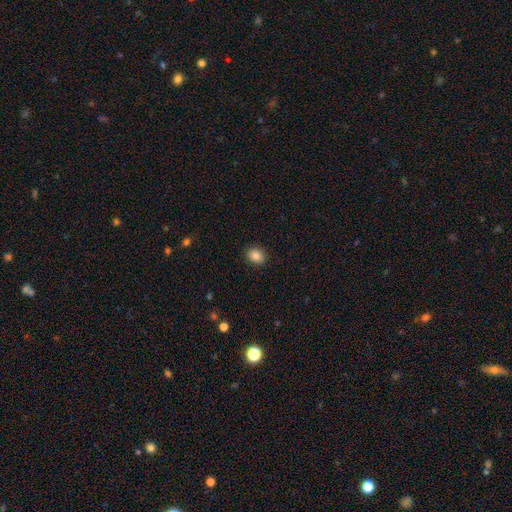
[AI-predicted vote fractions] smooth_or_featured: smooth (p=0.85) [alt: star or artifact p=0.09]
how_rounded: in between (p=0.51) [alt: round p=0.48]
merging: none (p=0.89) [alt: minor disturbance p=0.07]